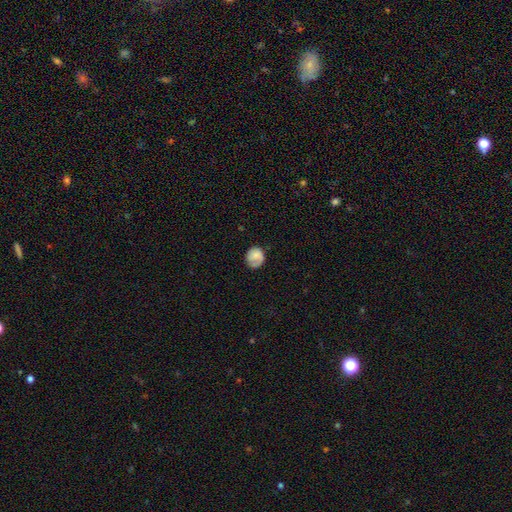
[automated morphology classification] This appears to be a smooth galaxy with no disk features (74%) that is round (74%). Merging: none (61%).